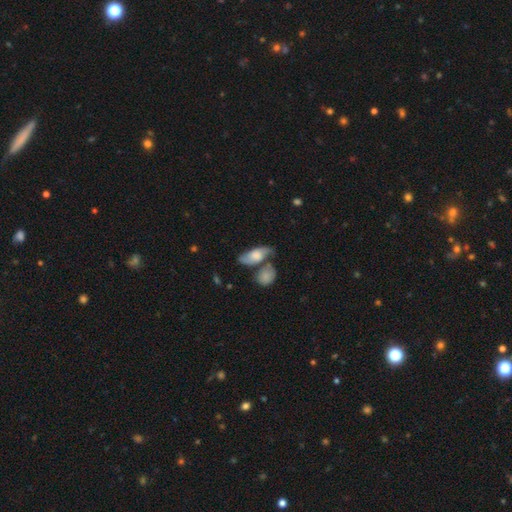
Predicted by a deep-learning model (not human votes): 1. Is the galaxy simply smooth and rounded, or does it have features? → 52% featured or disk, 41% smooth, 7% star or artifact.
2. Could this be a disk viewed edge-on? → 85% no, 15% yes.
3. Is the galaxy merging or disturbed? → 39% none, 29% merger, 19% minor disturbance, 13% major disturbance.